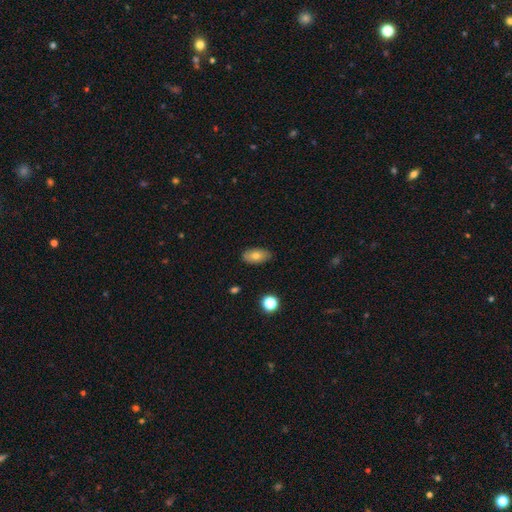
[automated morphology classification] Smooth or featured? Predicted: smooth (p=0.75). How rounded? Predicted: in between (p=0.90). Merging? Predicted: none (p=0.84).